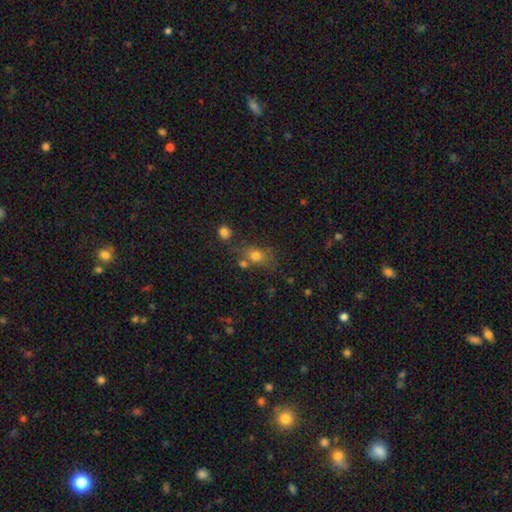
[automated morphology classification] smooth-or-featured: smooth: 74% | star or artifact: 13% | featured or disk: 13%
  how-rounded: in between: 60% | round: 37% | cigar-shaped: 3%
  merging: none: 54% | merger: 20% | minor disturbance: 18% | major disturbance: 8%